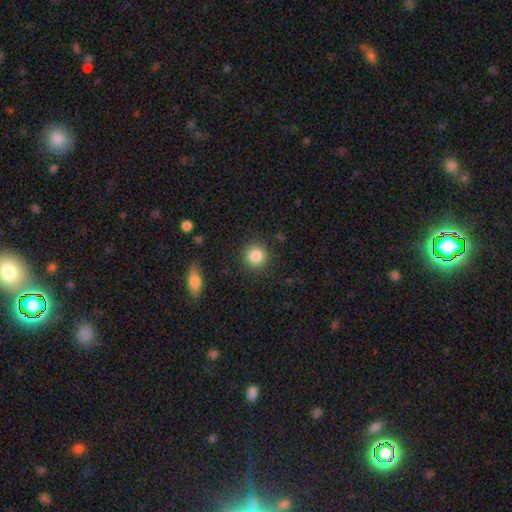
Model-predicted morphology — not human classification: smooth-or-featured: smooth: 86% | star or artifact: 9% | featured or disk: 5%
  how-rounded: round: 92% | in between: 7% | cigar-shaped: 1%
  merging: none: 89% | minor disturbance: 7% | major disturbance: 3% | merger: 2%